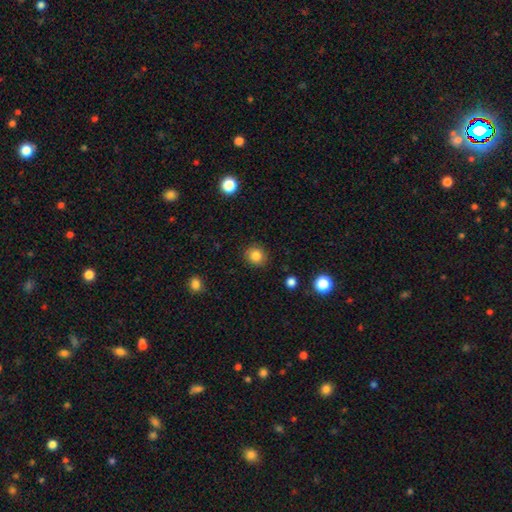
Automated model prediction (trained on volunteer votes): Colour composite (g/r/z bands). It shows a smooth galaxy with no disk features (84%) that is round (83%). Merging: none (88%).